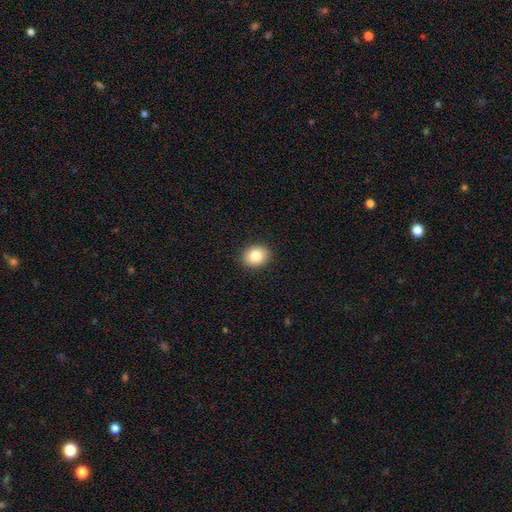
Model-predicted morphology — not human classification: Smooth or featured?
  - smooth: 84% *
  - star or artifact: 9%
  - featured or disk: 7%
How rounded?
  - round: 53% *
  - in between: 46%
  - cigar-shaped: 1%
Merging?
  - none: 91% *
  - minor disturbance: 7%
  - major disturbance: 2%
  - merger: 1%